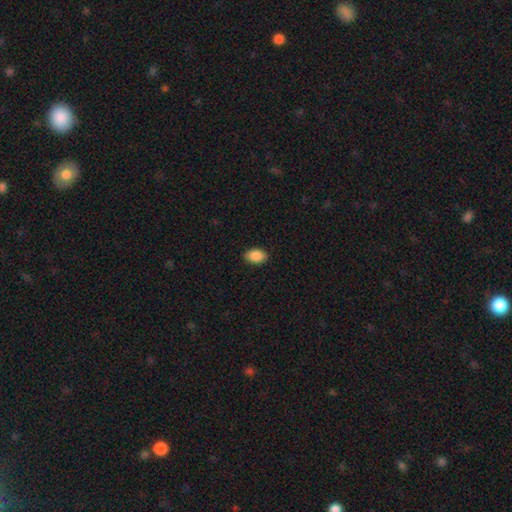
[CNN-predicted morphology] smooth-or-featured: smooth: 90% | star or artifact: 7% | featured or disk: 3%
  how-rounded: in between: 88% | round: 11% | cigar-shaped: 1%
  merging: none: 89% | minor disturbance: 8% | major disturbance: 2% | merger: 1%